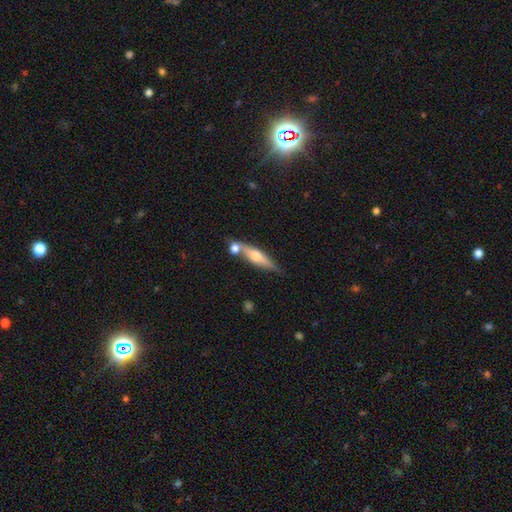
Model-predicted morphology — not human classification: Smooth or featured? Predicted: featured or disk (p=0.59). Edge-on disk? Predicted: yes (p=0.94). Edge-on bulge? Predicted: rounded (p=0.88). Merging? Predicted: none (p=0.64).